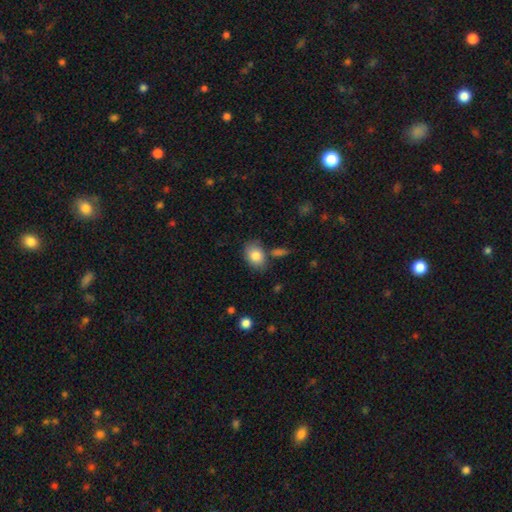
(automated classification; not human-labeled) Smooth or featured? smooth (82%)
How rounded? in between (76%)
Merging? none (73%)